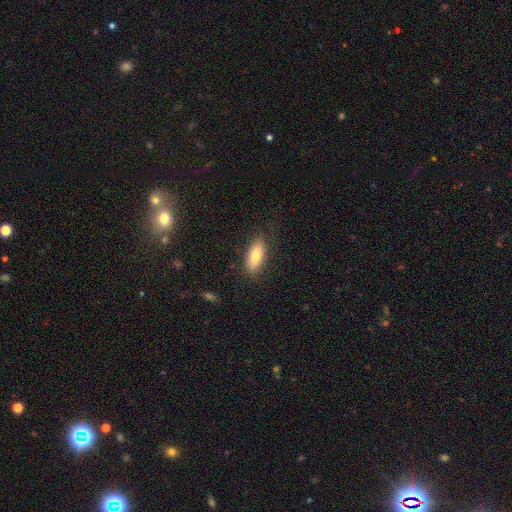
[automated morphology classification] Smooth or featured? Predicted: smooth (p=0.74). How rounded? Predicted: in between (p=0.81). Merging? Predicted: none (p=0.83).